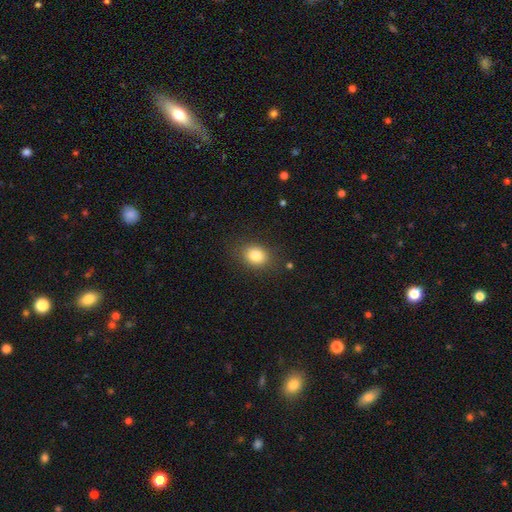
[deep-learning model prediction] A smooth galaxy with no disk features (82%) that is in between round and cigar-shaped (50%). Merging: none (83%).